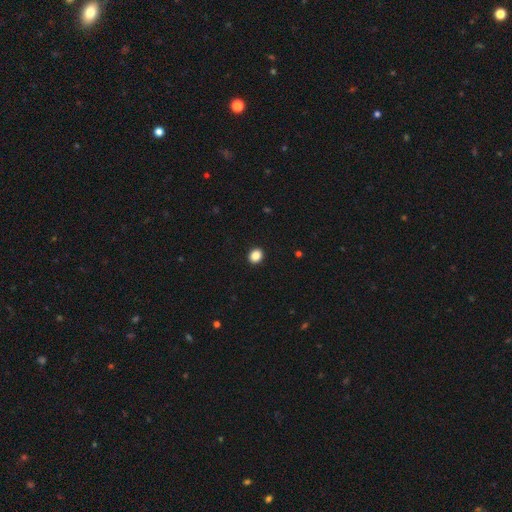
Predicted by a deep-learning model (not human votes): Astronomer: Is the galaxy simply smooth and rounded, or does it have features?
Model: smooth — 87%.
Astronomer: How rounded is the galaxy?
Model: round — 61% (runner-up: in between, 38%).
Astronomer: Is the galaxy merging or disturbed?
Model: none — 92%.